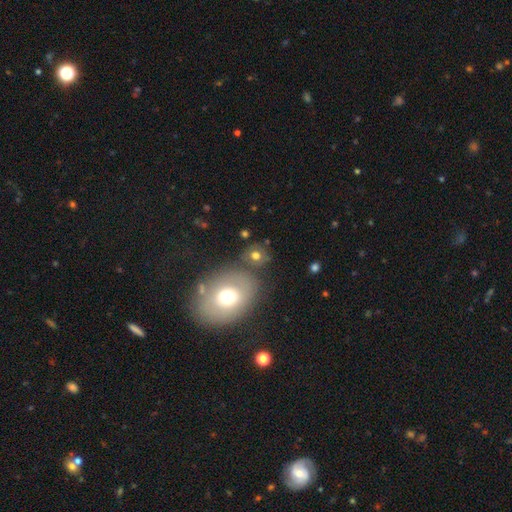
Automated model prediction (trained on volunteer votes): Smooth or featured? Predicted: smooth (p=0.68). How rounded? Predicted: round (p=0.71). Merging? Predicted: none (p=0.66).